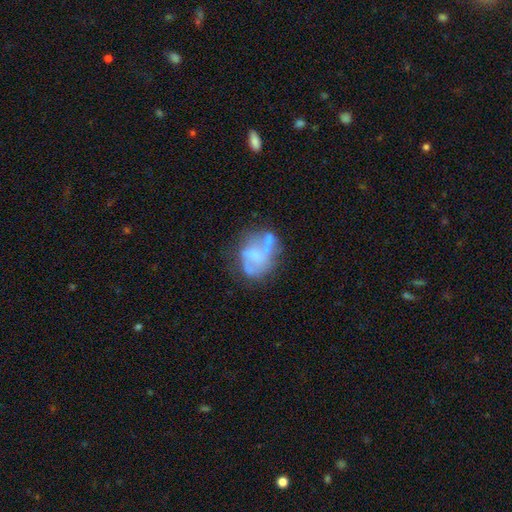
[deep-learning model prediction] Smooth or featured?
  - featured or disk: 60% *
  - smooth: 29%
  - star or artifact: 11%
Edge-on disk?
  - no: 98% *
  - yes: 2%
Bar?
  - no: 72% *
  - weak: 21%
  - strong: 7%
Spiral arms?
  - no: 70% *
  - yes: 30%
Bulge size?
  - none: 54% *
  - small: 22%
  - moderate: 19%
  - large: 4%
  - dominant: 1%
Merging?
  - none: 34% *
  - major disturbance: 23%
  - merger: 22%
  - minor disturbance: 20%